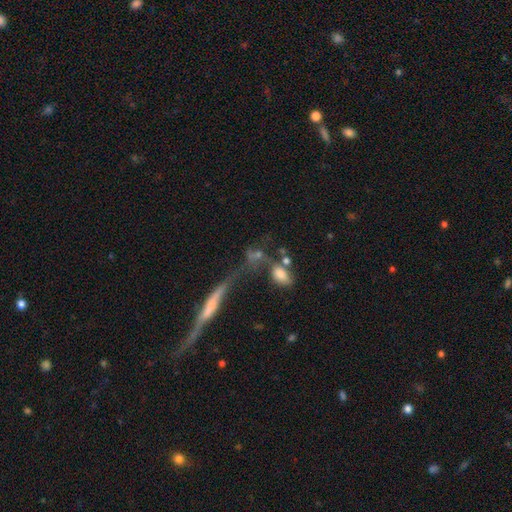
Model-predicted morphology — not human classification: Smooth or featured?
  - smooth: 46% *
  - featured or disk: 36%
  - star or artifact: 18%
Merging?
  - none: 38% *
  - merger: 33%
  - minor disturbance: 15%
  - major disturbance: 14%